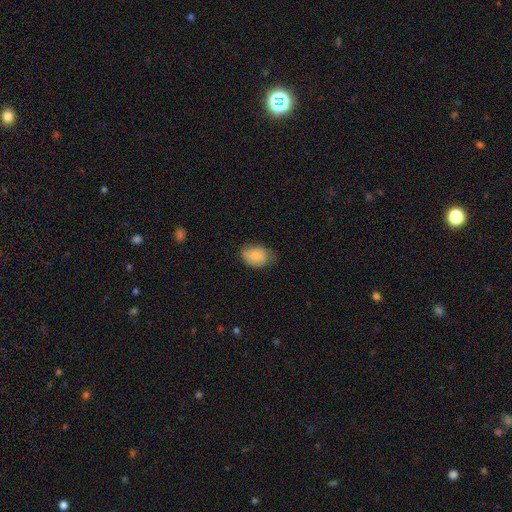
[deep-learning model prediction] Smooth or featured? Predicted: smooth (p=0.81). How rounded? Predicted: in between (p=0.77). Merging? Predicted: none (p=0.63).